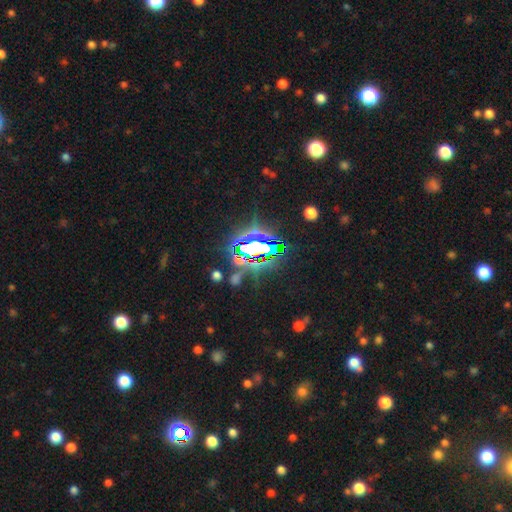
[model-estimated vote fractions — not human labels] star or artifact 81%, smooth 10%, featured or disk 9%.